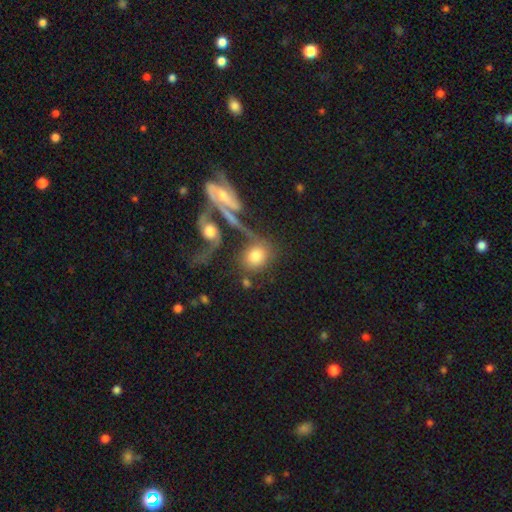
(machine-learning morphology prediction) Smooth or featured: smooth — 68% (featured or disk — 23%)
How rounded: round — 64% (in between — 33%)
Merging: none — 39% (merger — 37%)